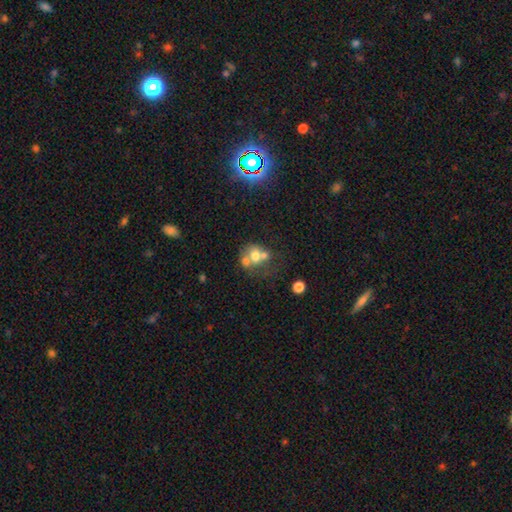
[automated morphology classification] Overall: smooth (58%; featured or disk 29%). How rounded: round (62%; in between 37%). Merging: merger (55%; none 26%).